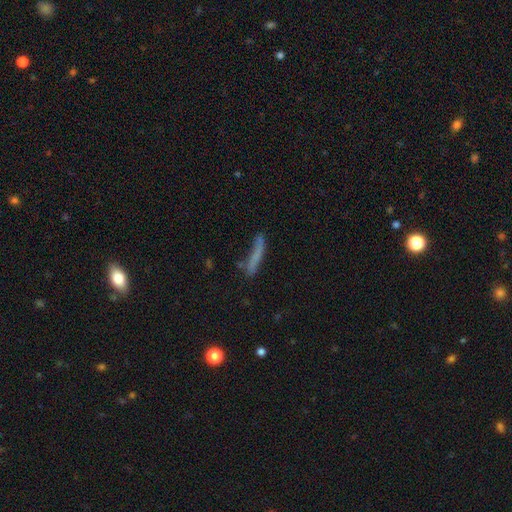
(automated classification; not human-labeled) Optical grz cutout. It shows a smooth galaxy with no disk features (64%) that is cigar-shaped (93%). Merging: none (63%).